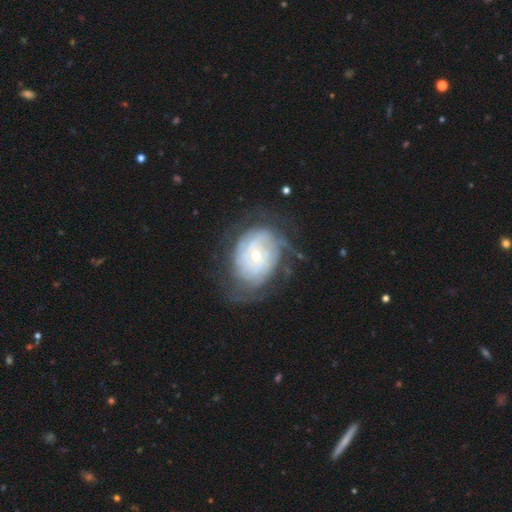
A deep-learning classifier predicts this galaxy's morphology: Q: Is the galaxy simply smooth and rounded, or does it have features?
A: featured or disk — 81%.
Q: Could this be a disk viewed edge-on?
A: no — 97%.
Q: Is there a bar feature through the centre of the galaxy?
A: no — 72%.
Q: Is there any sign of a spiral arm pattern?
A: yes — 89%.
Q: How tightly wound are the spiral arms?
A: tight — 73%.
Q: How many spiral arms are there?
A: can't tell — 52%.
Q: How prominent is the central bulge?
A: small — 58%.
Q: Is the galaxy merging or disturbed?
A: none — 61%.